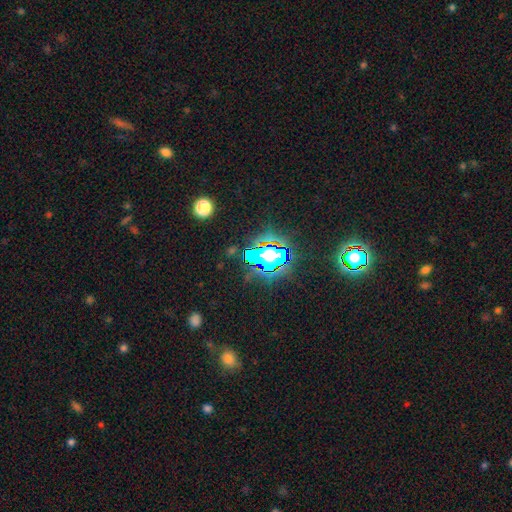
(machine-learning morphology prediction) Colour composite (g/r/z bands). It shows a star or artifact, not a galaxy (78%).